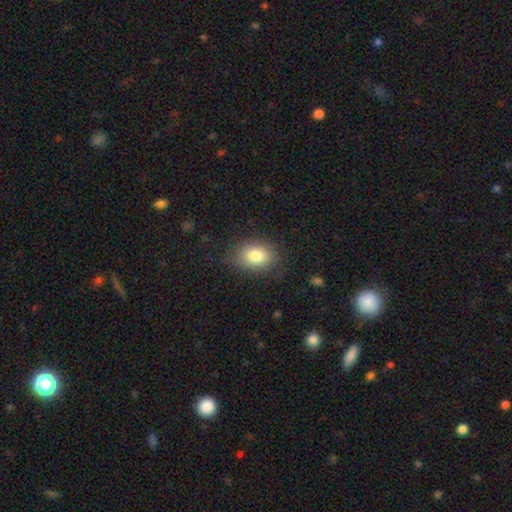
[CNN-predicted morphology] This appears to be a smooth galaxy with no disk features (81%) that is in between round and cigar-shaped (71%). Merging: none (80%).